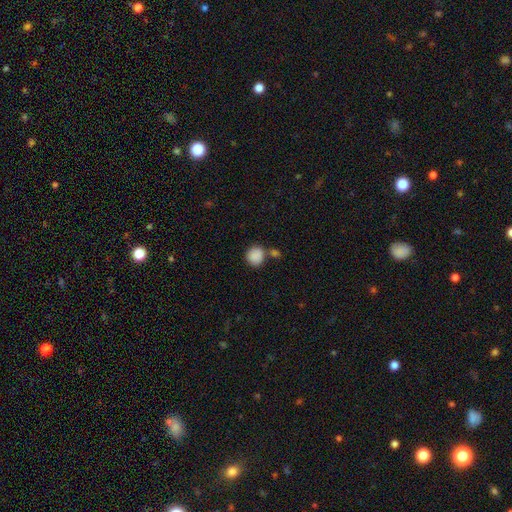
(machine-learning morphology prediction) This is clearly a smooth galaxy (87%). How rounded: clearly round (84%). Merging: likely none (62%).